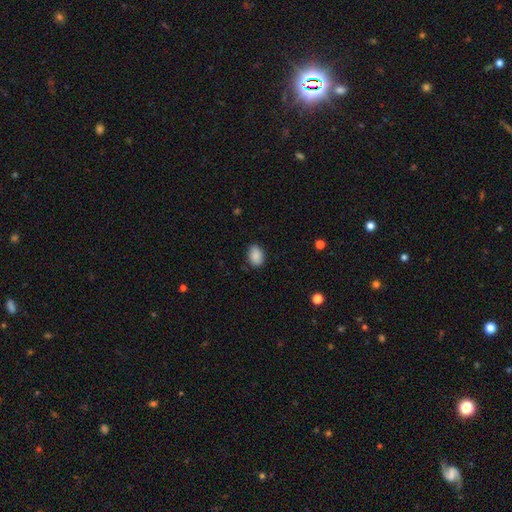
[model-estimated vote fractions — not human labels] This is clearly a smooth galaxy (88%). How rounded: likely in between (79%). Merging: clearly none (83%).